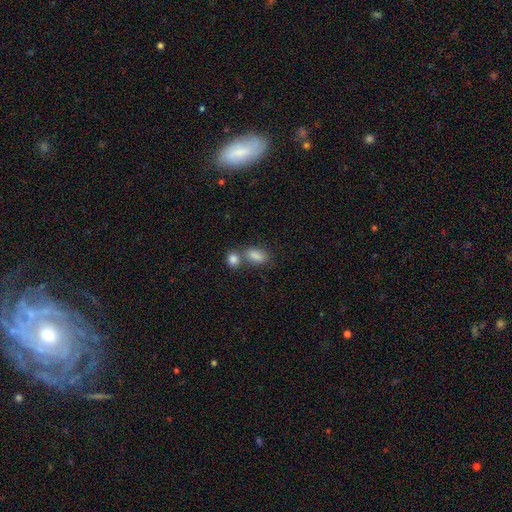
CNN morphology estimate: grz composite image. It shows a smooth galaxy with no disk features (86%) that is in between round and cigar-shaped (87%). Merging: none (44%).